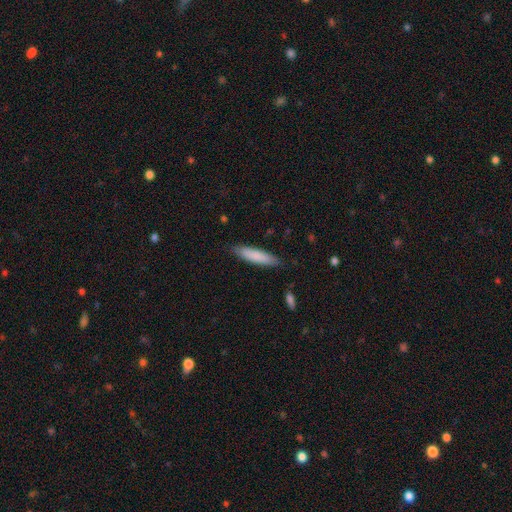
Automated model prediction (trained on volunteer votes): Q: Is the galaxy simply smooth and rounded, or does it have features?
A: smooth — 82%.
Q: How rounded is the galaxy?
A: cigar-shaped — 78%.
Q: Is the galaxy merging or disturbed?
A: none — 84%.